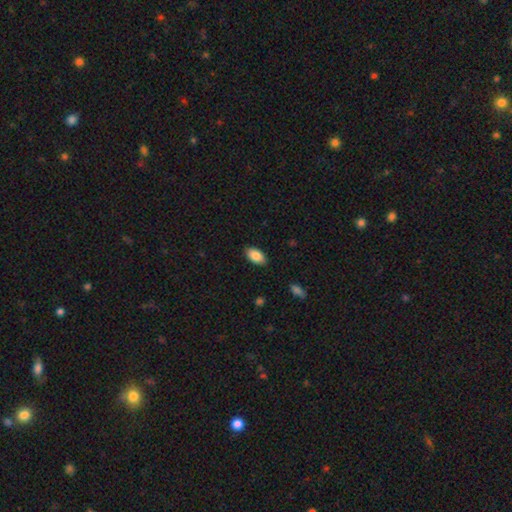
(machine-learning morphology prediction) type=smooth (88%); roundness=in between (94%); merging=none (86%).